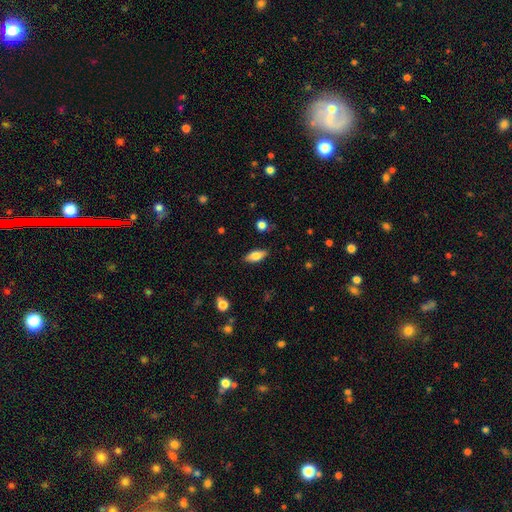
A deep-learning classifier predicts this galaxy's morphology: Smooth or featured?
  - smooth: 77% *
  - featured or disk: 16%
  - star or artifact: 7%
How rounded?
  - in between: 82% *
  - cigar-shaped: 15%
  - round: 3%
Merging?
  - none: 86% *
  - minor disturbance: 10%
  - major disturbance: 2%
  - merger: 1%